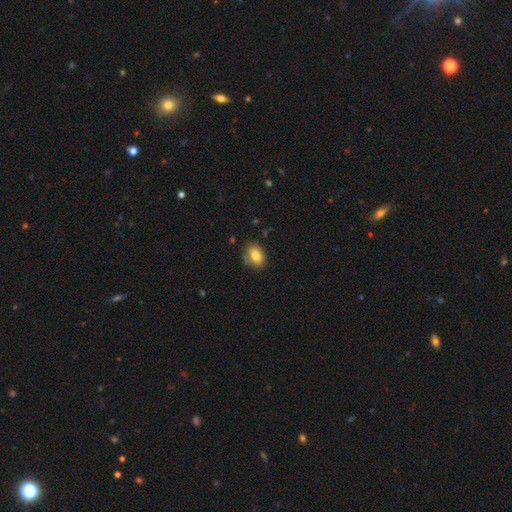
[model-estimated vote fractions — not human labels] This is clearly a smooth galaxy (82%). How rounded: clearly in between (81%). Merging: likely none (77%).